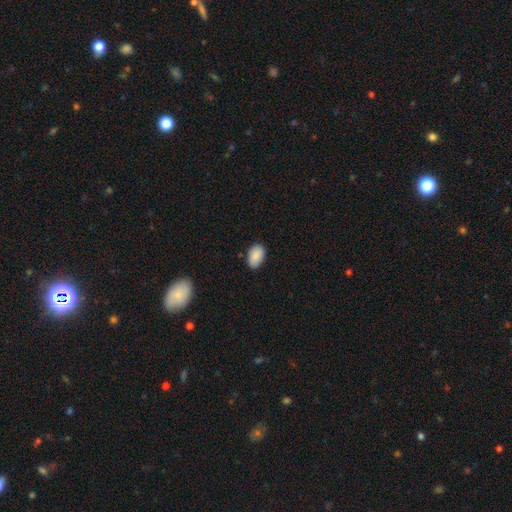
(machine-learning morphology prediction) smooth_or_featured: smooth (p=0.89) [alt: star or artifact p=0.07]
how_rounded: in between (p=0.91) [alt: round p=0.08]
merging: none (p=0.85) [alt: minor disturbance p=0.11]